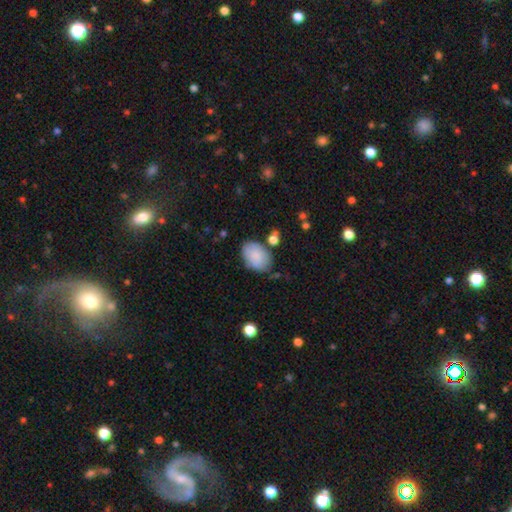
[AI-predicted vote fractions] Q: Smooth or featured?
A: smooth (84%); runner-up: featured or disk (10%)
Q: How rounded?
A: in between (87%); runner-up: round (12%)
Q: Merging?
A: none (70%); runner-up: minor disturbance (19%)